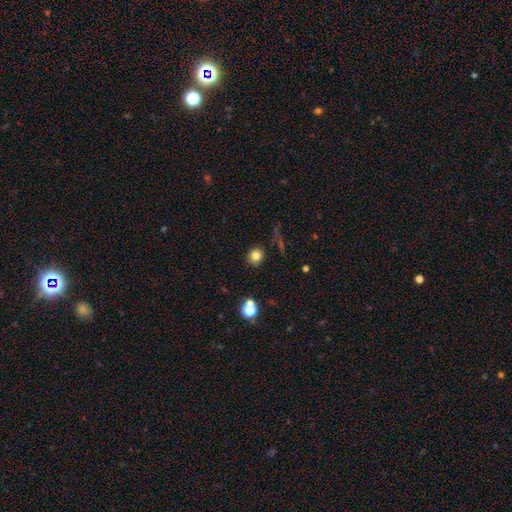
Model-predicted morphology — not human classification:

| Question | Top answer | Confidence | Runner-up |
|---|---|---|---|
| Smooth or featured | smooth | 80% | star or artifact (13%) |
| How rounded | round | 83% | in between (16%) |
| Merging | none | 84% | minor disturbance (10%) |